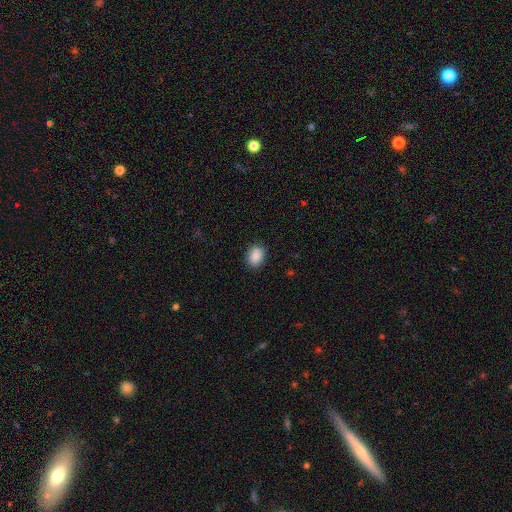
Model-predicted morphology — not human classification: Q: Smooth or featured?
A: smooth (90%); runner-up: star or artifact (8%)
Q: How rounded?
A: in between (72%); runner-up: round (27%)
Q: Merging?
A: none (89%); runner-up: minor disturbance (8%)